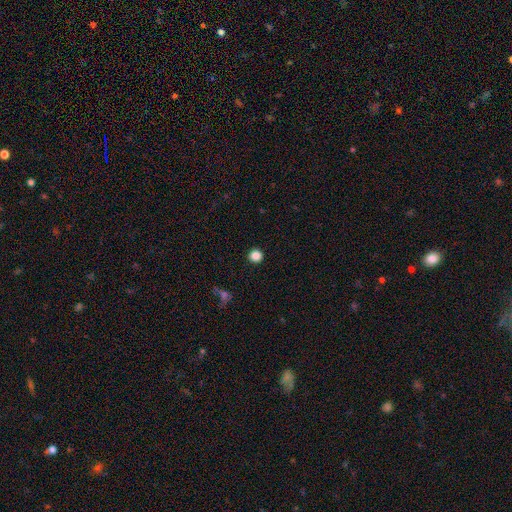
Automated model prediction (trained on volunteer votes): Smooth or featured? Predicted: smooth (p=0.86). How rounded? Predicted: round (p=0.94). Merging? Predicted: none (p=0.93).